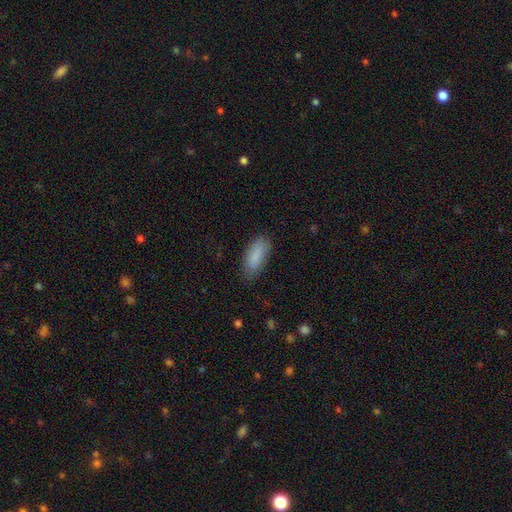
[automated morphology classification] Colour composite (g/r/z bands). It shows a smooth galaxy with no disk features (87%) that is in between round and cigar-shaped (76%). Merging: none (79%).